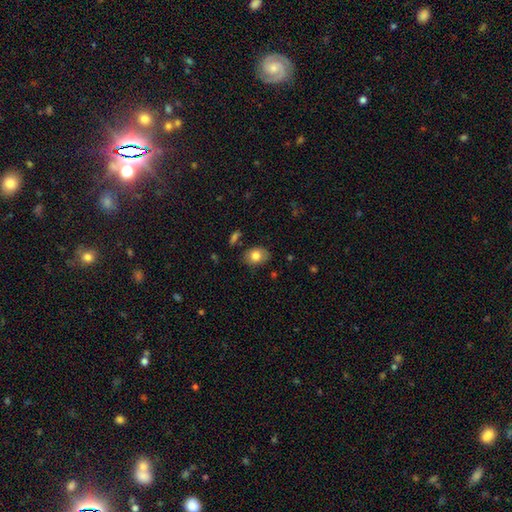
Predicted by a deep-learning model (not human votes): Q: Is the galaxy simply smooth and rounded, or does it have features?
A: smooth — 80%.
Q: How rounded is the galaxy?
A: in between — 65%.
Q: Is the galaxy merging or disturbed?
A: none — 80%.